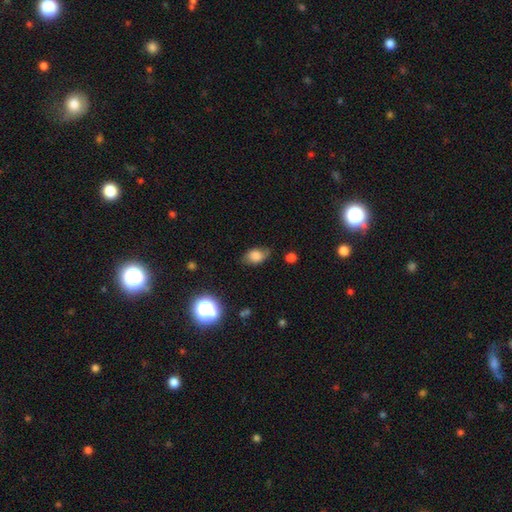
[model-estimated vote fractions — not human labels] Smooth or featured: smooth — 74% (featured or disk — 14%)
How rounded: in between — 83% (round — 15%)
Merging: none — 67% (minor disturbance — 25%)